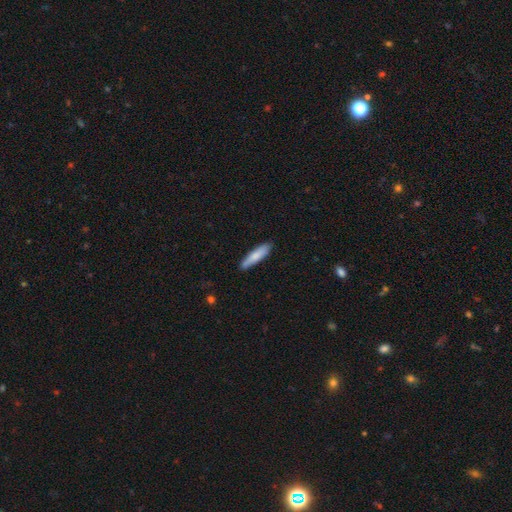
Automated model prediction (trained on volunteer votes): This appears to be a smooth galaxy with no disk features (78%) that is cigar-shaped (79%). Merging: none (86%).